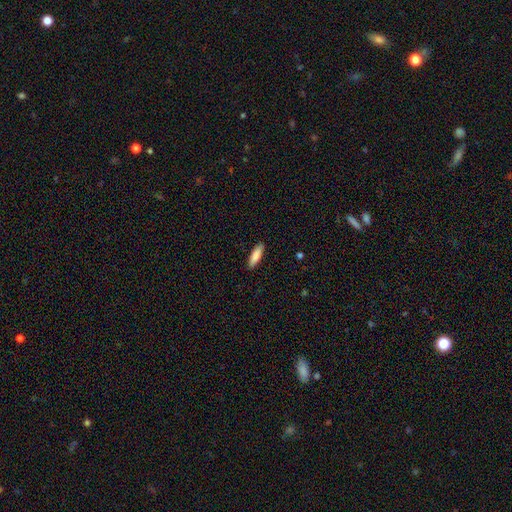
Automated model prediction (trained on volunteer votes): The model was most divided on "how rounded": cigar-shaped: 59%, in between: 40%, round: 1%. More confident: merging — none (89%); smooth or featured — smooth (86%).